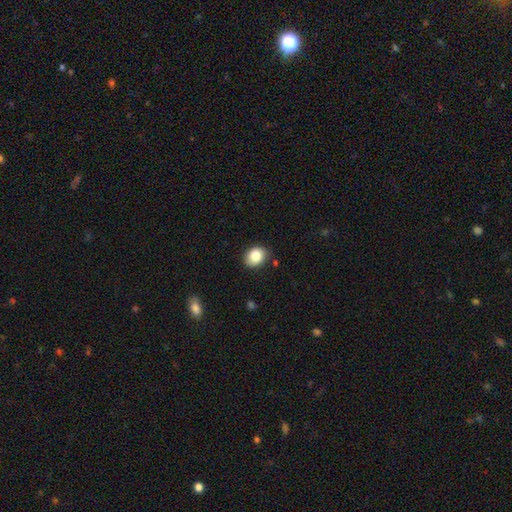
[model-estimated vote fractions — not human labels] smooth_or_featured: smooth (p=0.84) [alt: star or artifact p=0.09]
how_rounded: in between (p=0.53) [alt: round p=0.46]
merging: none (p=0.82) [alt: minor disturbance p=0.13]